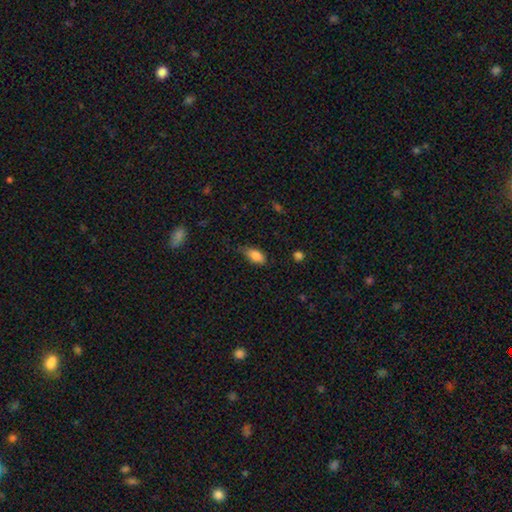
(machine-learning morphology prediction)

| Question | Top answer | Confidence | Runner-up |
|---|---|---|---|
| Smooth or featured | smooth | 84% | featured or disk (8%) |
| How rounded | in between | 88% | cigar-shaped (8%) |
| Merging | none | 58% | minor disturbance (33%) |